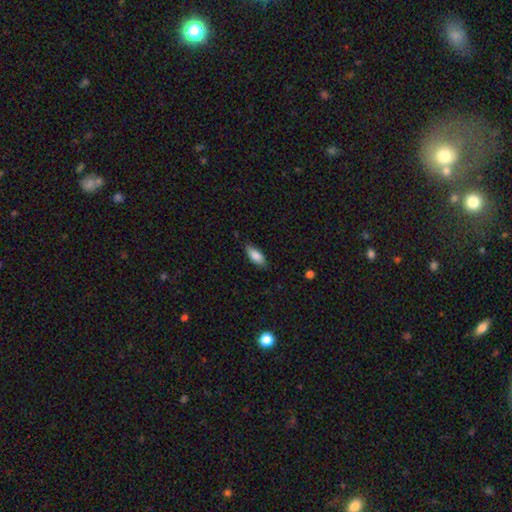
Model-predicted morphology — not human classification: Overall: smooth (84%). How rounded: in between (83%). Merging: none (81%).